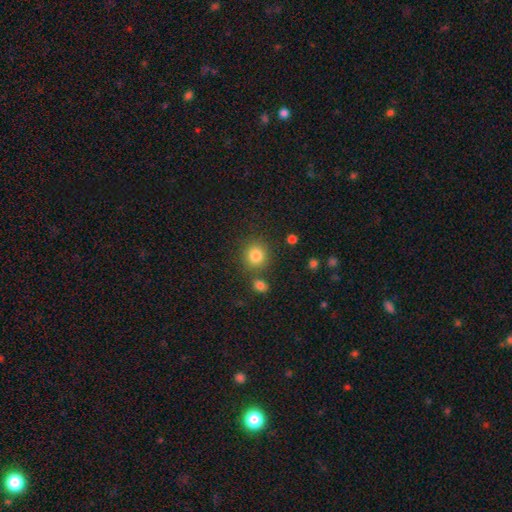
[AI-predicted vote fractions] Smooth or featured? smooth (83%)
How rounded? round (86%)
Merging? none (79%)